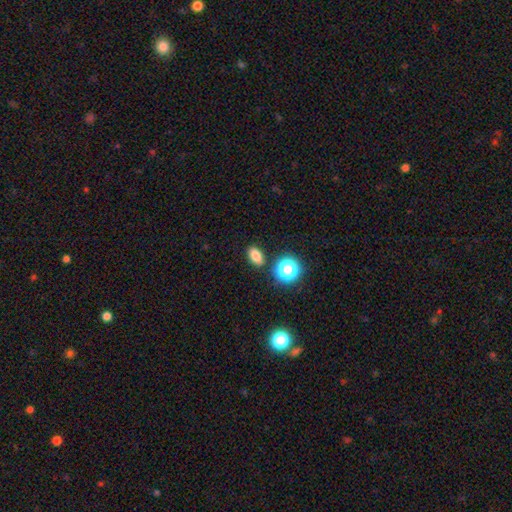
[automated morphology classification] type=smooth (78%); roundness=in between (79%); merging=none (85%).